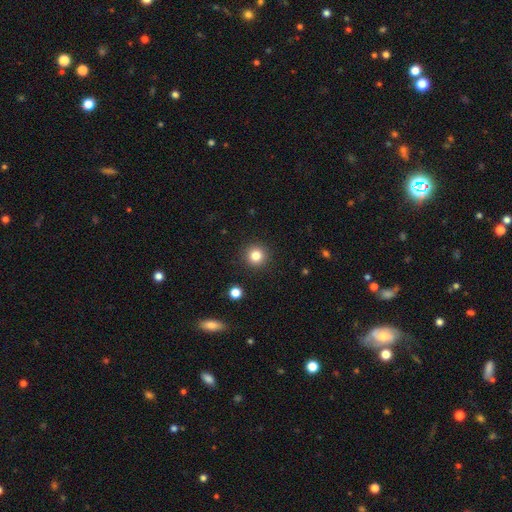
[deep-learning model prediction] Smooth or featured?
  - smooth: 82% *
  - star or artifact: 12%
  - featured or disk: 6%
How rounded?
  - round: 95% *
  - in between: 4%
  - cigar-shaped: 1%
Merging?
  - none: 92% *
  - minor disturbance: 5%
  - major disturbance: 2%
  - merger: 1%